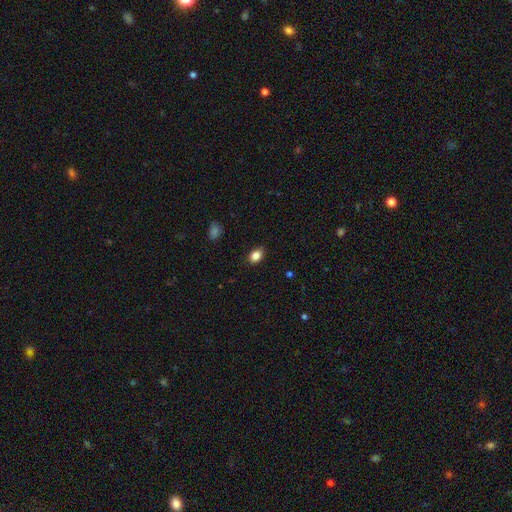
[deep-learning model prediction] Smooth or featured? smooth (85%)
How rounded? in between (75%)
Merging? none (86%)